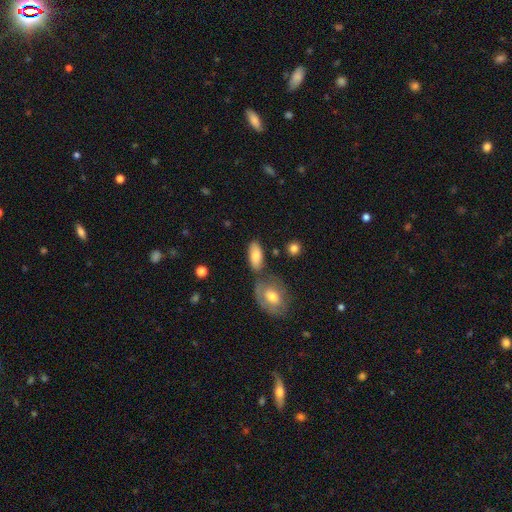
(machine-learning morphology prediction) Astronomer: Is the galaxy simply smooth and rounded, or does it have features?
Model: smooth — 78%.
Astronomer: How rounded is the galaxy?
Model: in between — 86%.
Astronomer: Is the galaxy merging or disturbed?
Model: none — 61%.